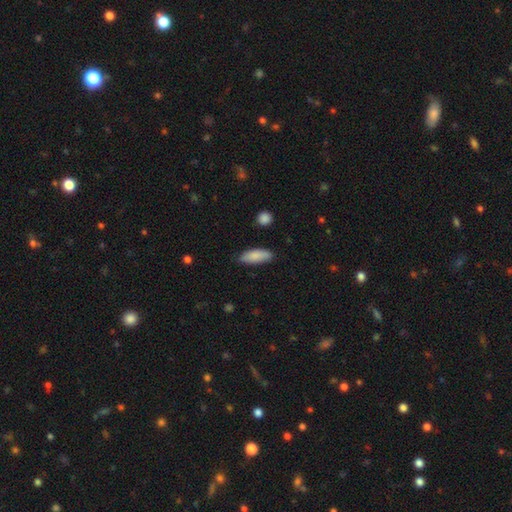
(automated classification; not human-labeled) Smooth or featured?
  - smooth: 85% *
  - featured or disk: 9%
  - star or artifact: 6%
How rounded?
  - in between: 70% *
  - cigar-shaped: 28%
  - round: 2%
Merging?
  - none: 84% *
  - minor disturbance: 12%
  - major disturbance: 2%
  - merger: 2%